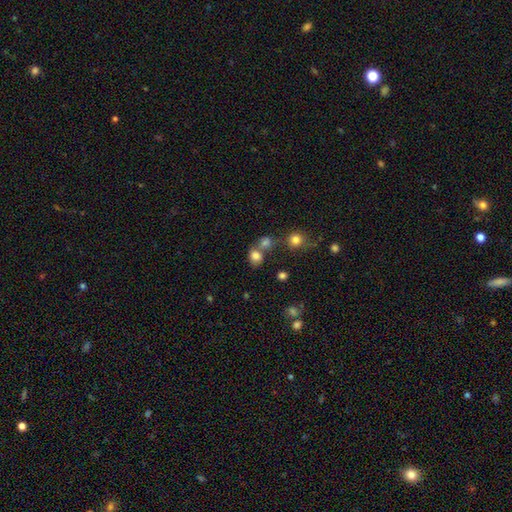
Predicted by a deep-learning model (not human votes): smooth_or_featured: smooth (p=0.79) [alt: star or artifact p=0.14]
how_rounded: round (p=0.59) [alt: in between p=0.40]
merging: none (p=0.50) [alt: merger p=0.35]